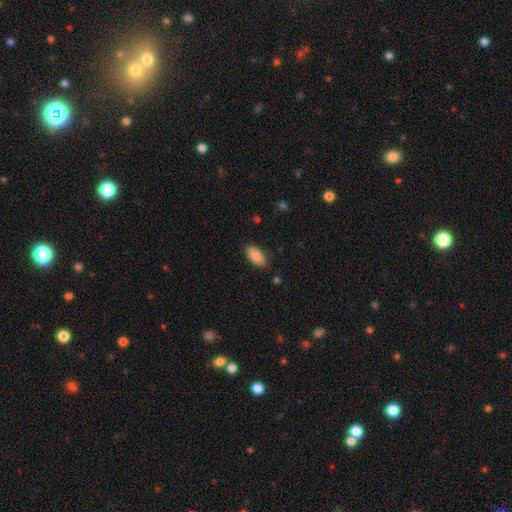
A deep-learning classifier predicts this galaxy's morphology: smooth-or-featured: smooth: 88% | star or artifact: 7% | featured or disk: 5%
  how-rounded: in between: 94% | cigar-shaped: 4% | round: 3%
  merging: none: 87% | minor disturbance: 10% | major disturbance: 2% | merger: 1%